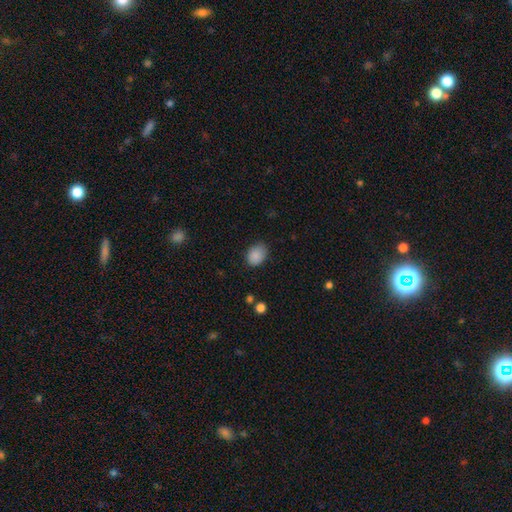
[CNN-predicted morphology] type=smooth (87%); roundness=in between (62%); merging=none (75%).